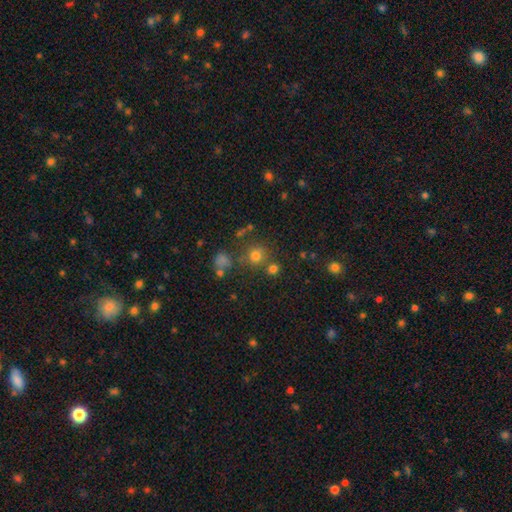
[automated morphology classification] This is likely a smooth galaxy (72%). How rounded: clearly round (88%). Merging: likely none (71%).